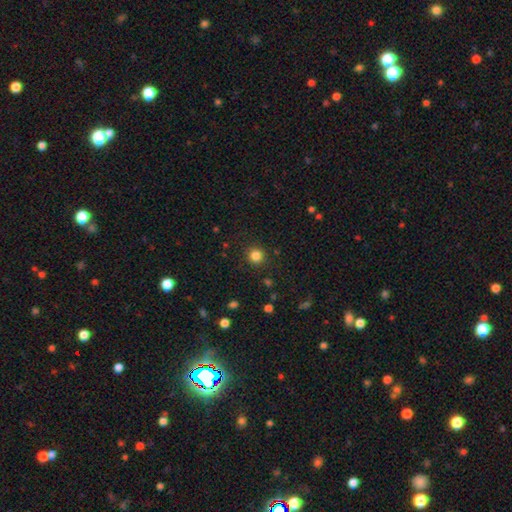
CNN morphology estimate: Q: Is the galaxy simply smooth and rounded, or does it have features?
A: smooth — 83%.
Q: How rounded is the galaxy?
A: round — 93%.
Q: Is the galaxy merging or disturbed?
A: none — 89%.